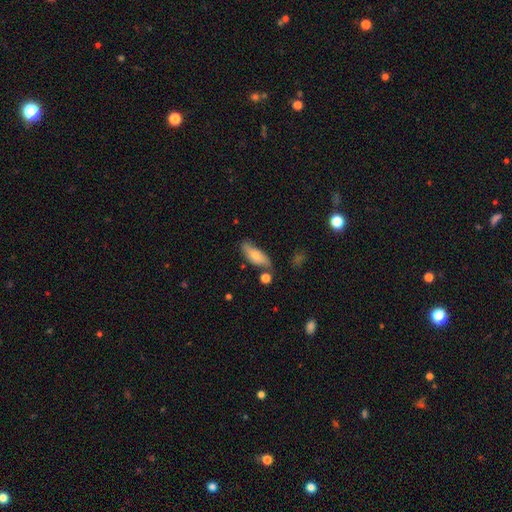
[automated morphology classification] This is likely a smooth galaxy (71%). How rounded: likely in between (75%). Merging: likely none (61%).